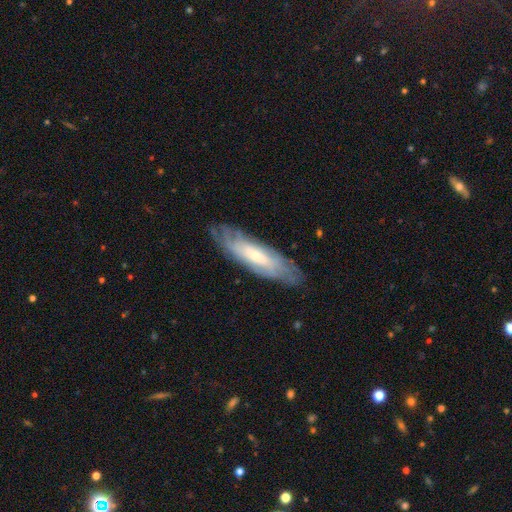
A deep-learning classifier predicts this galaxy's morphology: Smooth or featured?
  - featured or disk: 60% *
  - smooth: 33%
  - star or artifact: 7%
Edge-on disk?
  - no: 63% *
  - yes: 37%
Merging?
  - none: 75% *
  - minor disturbance: 18%
  - major disturbance: 5%
  - merger: 1%